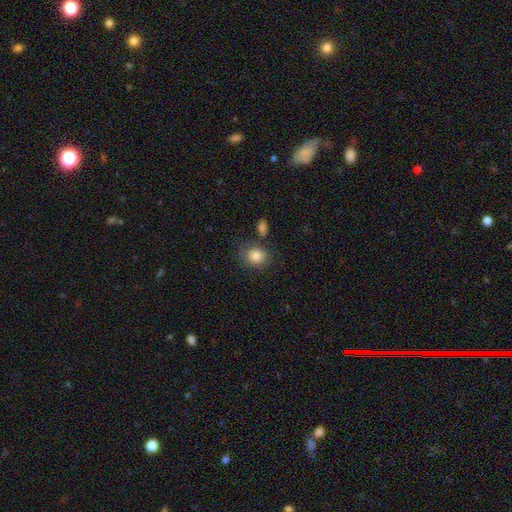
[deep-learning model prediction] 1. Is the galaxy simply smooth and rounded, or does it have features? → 84% smooth, 8% star or artifact, 8% featured or disk.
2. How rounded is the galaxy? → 73% round, 26% in between, 1% cigar-shaped.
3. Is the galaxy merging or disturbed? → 68% none, 16% minor disturbance, 9% merger, 6% major disturbance.